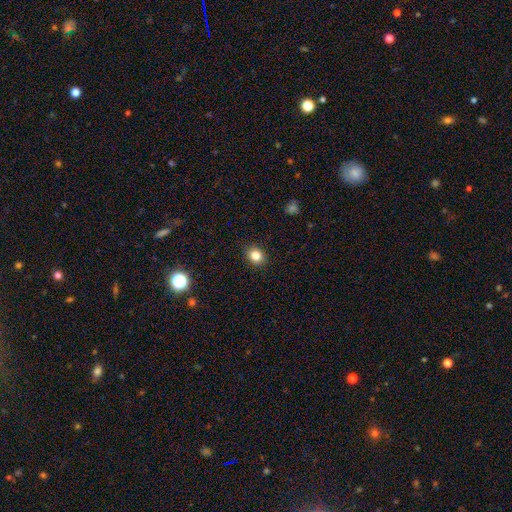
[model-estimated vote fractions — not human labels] The model was most divided on "how rounded": round: 65%, in between: 34%, cigar-shaped: 1%. More confident: merging — none (90%); smooth or featured — smooth (83%).